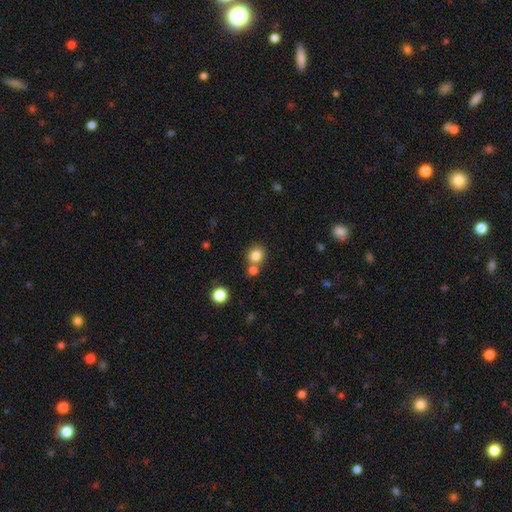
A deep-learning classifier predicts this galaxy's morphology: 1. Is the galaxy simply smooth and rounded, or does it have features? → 82% smooth, 12% star or artifact, 7% featured or disk.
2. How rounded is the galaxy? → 80% round, 19% in between, 1% cigar-shaped.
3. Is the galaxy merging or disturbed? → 64% none, 25% merger, 9% minor disturbance, 3% major disturbance.